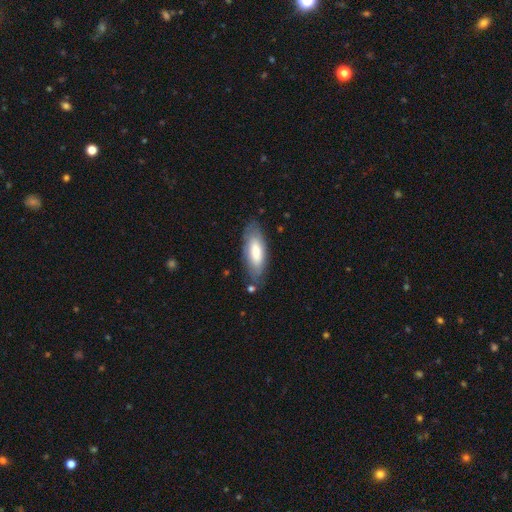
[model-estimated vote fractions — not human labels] Smooth or featured? Predicted: smooth (p=0.66). How rounded? Predicted: in between (p=0.68). Merging? Predicted: none (p=0.79).